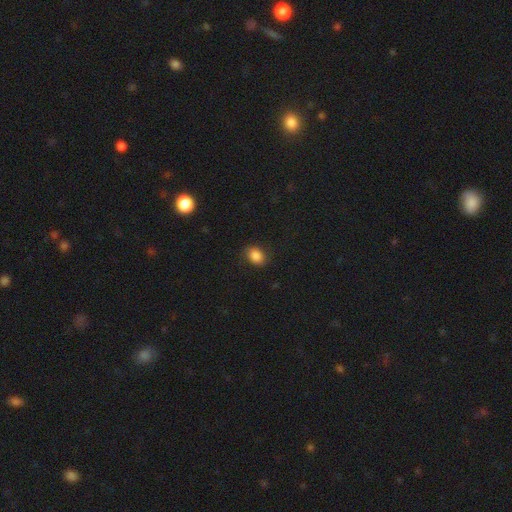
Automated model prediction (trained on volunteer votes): Q: Smooth or featured?
A: smooth (85%); runner-up: star or artifact (9%)
Q: How rounded?
A: in between (61%); runner-up: round (38%)
Q: Merging?
A: none (81%); runner-up: minor disturbance (14%)